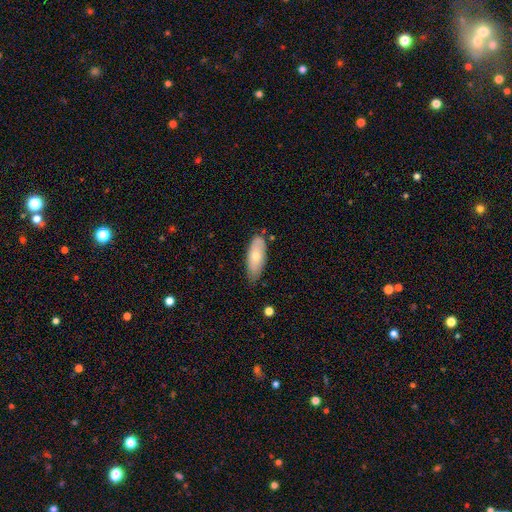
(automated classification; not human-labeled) A smooth galaxy with no disk features (68%) that is in between round and cigar-shaped (79%).

Vote fractions:
- Smooth or featured? smooth: 68% / featured or disk: 26% / star or artifact: 6%
- How rounded? in between: 79% / cigar-shaped: 19% / round: 2%
- Merging? none: 66% / minor disturbance: 27% / major disturbance: 5% / merger: 2%